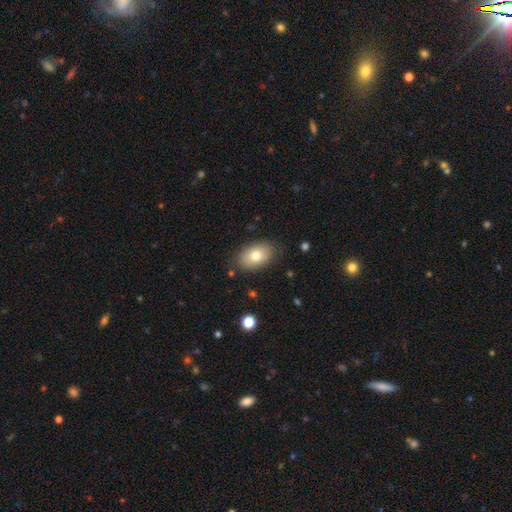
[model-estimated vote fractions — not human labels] Smooth or featured?
  - smooth: 76% *
  - featured or disk: 16%
  - star or artifact: 8%
How rounded?
  - in between: 89% *
  - round: 9%
  - cigar-shaped: 1%
Merging?
  - none: 83% *
  - minor disturbance: 13%
  - major disturbance: 3%
  - merger: 2%